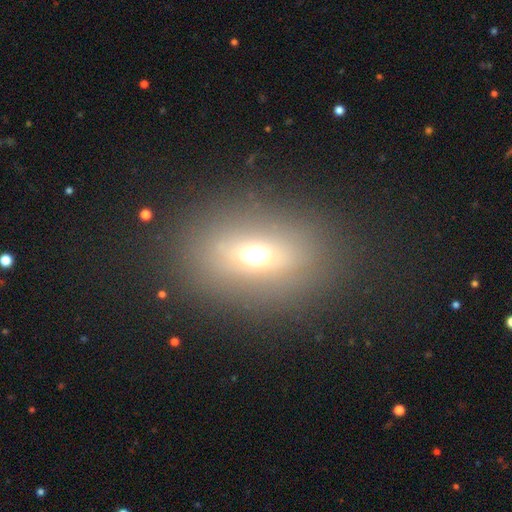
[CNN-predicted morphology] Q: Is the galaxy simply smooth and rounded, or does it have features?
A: smooth — 56%.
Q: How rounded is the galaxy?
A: in between — 65%.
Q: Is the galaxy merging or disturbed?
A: none — 82%.